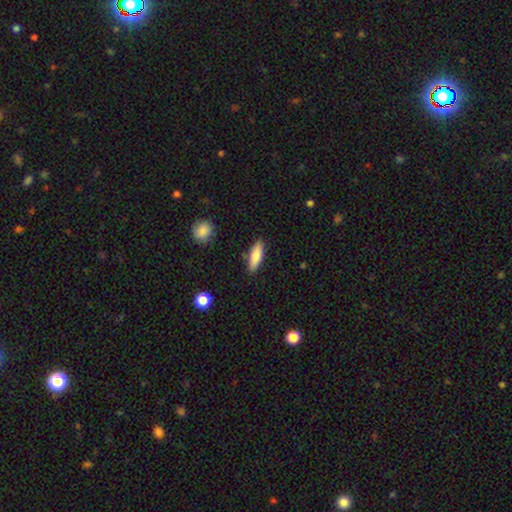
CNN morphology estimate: Q: Smooth or featured?
A: smooth (79%); runner-up: featured or disk (15%)
Q: How rounded?
A: in between (51%); runner-up: cigar-shaped (47%)
Q: Merging?
A: none (84%); runner-up: minor disturbance (11%)